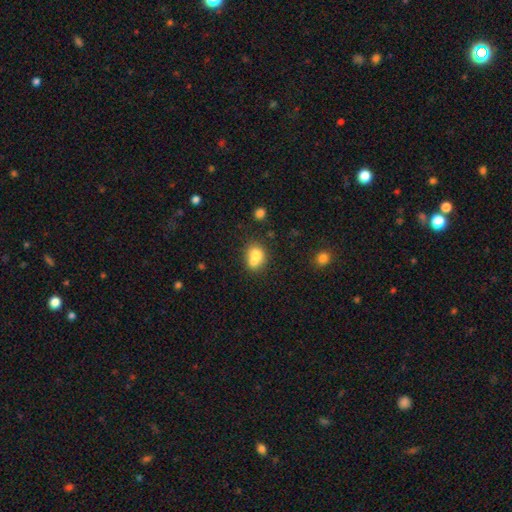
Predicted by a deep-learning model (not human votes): This is likely a smooth galaxy (73%). How rounded: likely round (61%). Merging: possibly merger (56%).